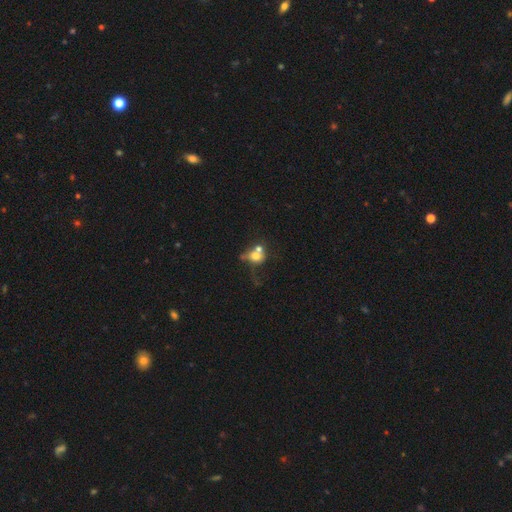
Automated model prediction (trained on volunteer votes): Smooth or featured: smooth — 62% (featured or disk — 25%)
How rounded: round — 61% (in between — 37%)
Merging: merger — 52% (none — 23%)